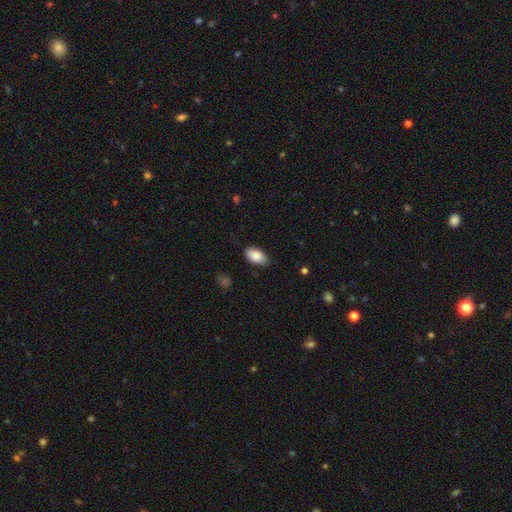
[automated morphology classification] The model was most divided on "merging": none: 80%, minor disturbance: 16%, major disturbance: 3%, merger: 1%. More confident: how rounded — in between (94%); smooth or featured — smooth (87%).